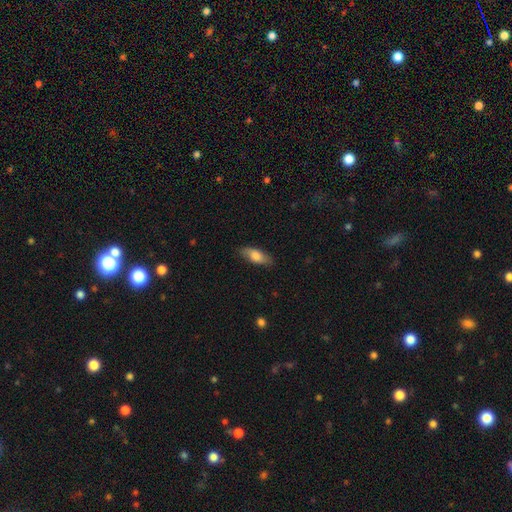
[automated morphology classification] This appears to be a smooth galaxy with no disk features (76%) that is in between round and cigar-shaped (75%). Merging: none (83%).